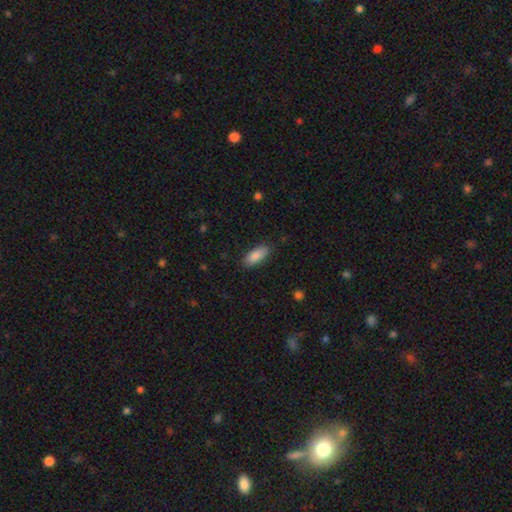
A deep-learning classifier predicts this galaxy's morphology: Overall: smooth (87%). How rounded: in between (83%). Merging: none (85%).